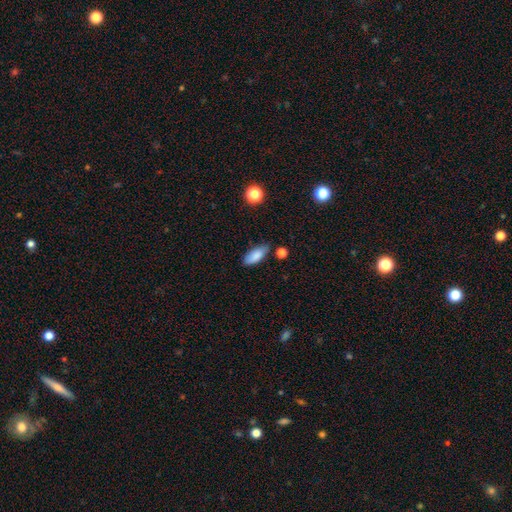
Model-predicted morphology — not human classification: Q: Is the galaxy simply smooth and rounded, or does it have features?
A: smooth — 85%.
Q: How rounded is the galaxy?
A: in between — 83%.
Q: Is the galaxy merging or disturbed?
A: none — 75%.